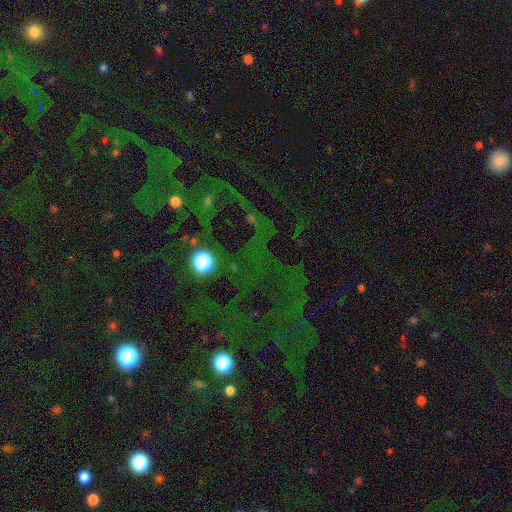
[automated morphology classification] type=star or artifact (71%).